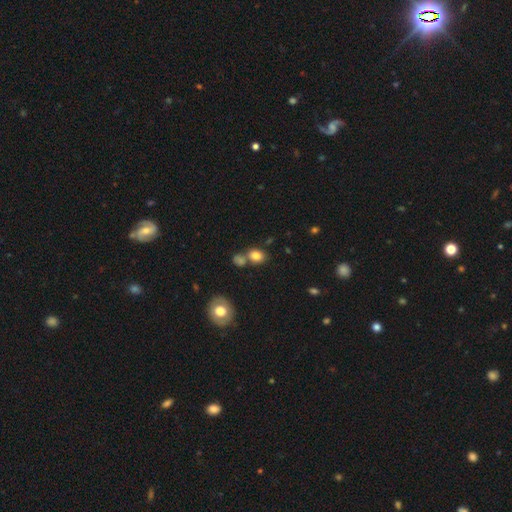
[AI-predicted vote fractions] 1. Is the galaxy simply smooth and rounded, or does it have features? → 81% smooth, 11% star or artifact, 9% featured or disk.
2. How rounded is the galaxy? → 58% in between, 40% round, 1% cigar-shaped.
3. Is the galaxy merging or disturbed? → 55% none, 29% merger, 12% minor disturbance, 4% major disturbance.